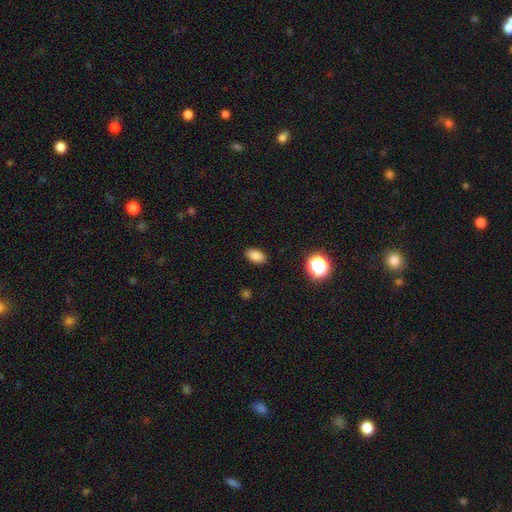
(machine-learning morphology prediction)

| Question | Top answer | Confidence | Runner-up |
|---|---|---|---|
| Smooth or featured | smooth | 84% | star or artifact (11%) |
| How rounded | in between | 90% | round (7%) |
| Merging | none | 88% | minor disturbance (8%) |